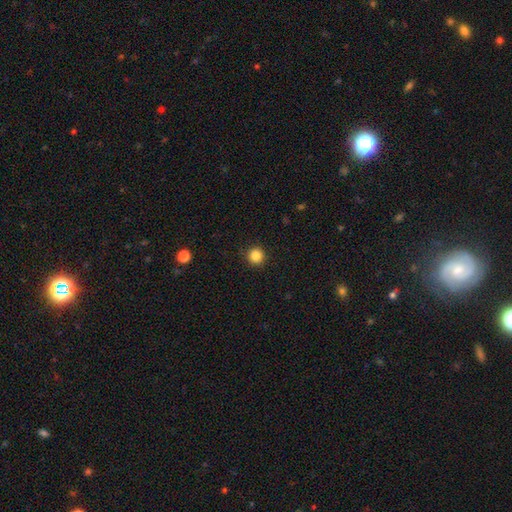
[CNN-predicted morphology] smooth 85%, star or artifact 11%, featured or disk 4%. Down the decision tree: how rounded — round (94%); merging — none (91%).